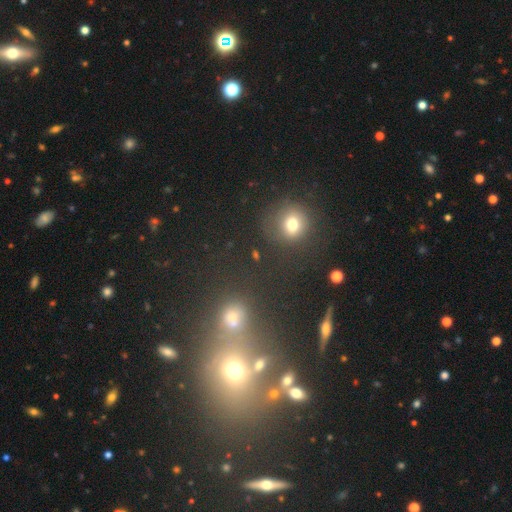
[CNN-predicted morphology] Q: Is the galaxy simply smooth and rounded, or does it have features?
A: smooth — 47%.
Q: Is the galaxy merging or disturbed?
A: none — 66%.